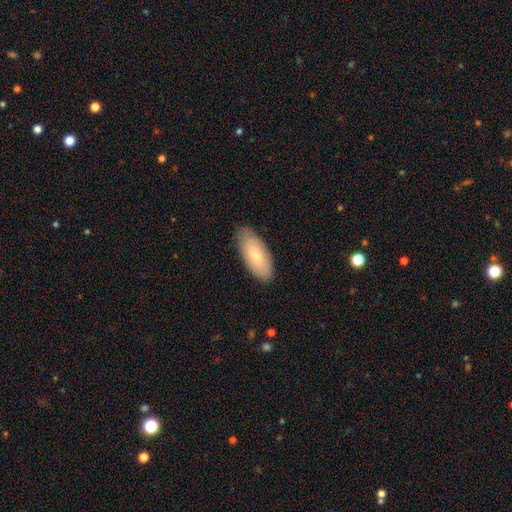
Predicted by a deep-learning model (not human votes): Smooth or featured: smooth — 77% (featured or disk — 17%)
How rounded: in between — 87% (cigar-shaped — 11%)
Merging: none — 84% (minor disturbance — 12%)